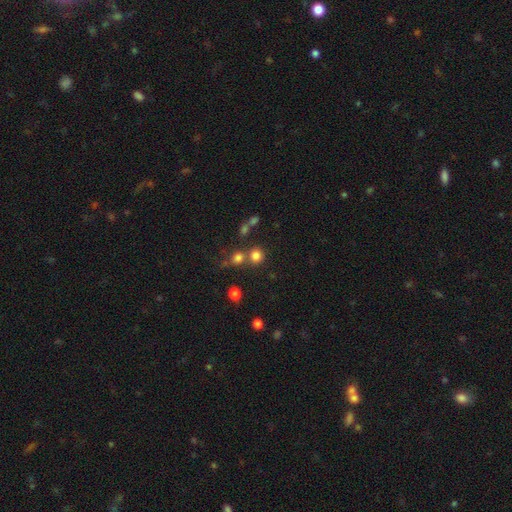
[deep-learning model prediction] Smooth or featured? smooth (78%)
How rounded? round (89%)
Merging? none (65%)